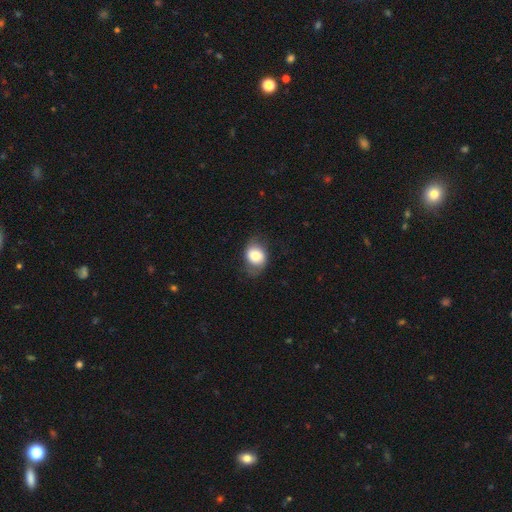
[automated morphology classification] smooth 71%, featured or disk 21%, star or artifact 8%. Down the decision tree: how rounded — in between (51%); merging — none (67%).